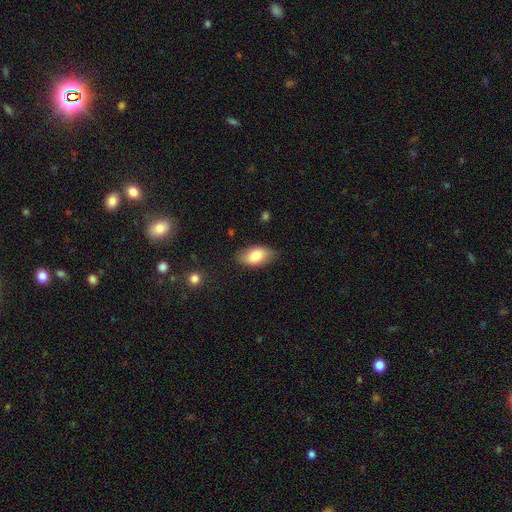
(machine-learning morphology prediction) Smooth or featured? smooth (81%)
How rounded? in between (93%)
Merging? none (79%)